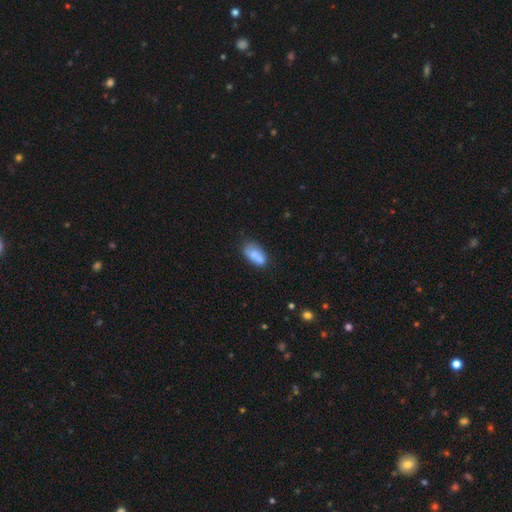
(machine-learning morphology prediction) The model was most divided on "merging": none: 62%, minor disturbance: 24%, merger: 8%, major disturbance: 6%. More confident: how rounded — in between (91%); smooth or featured — smooth (79%).